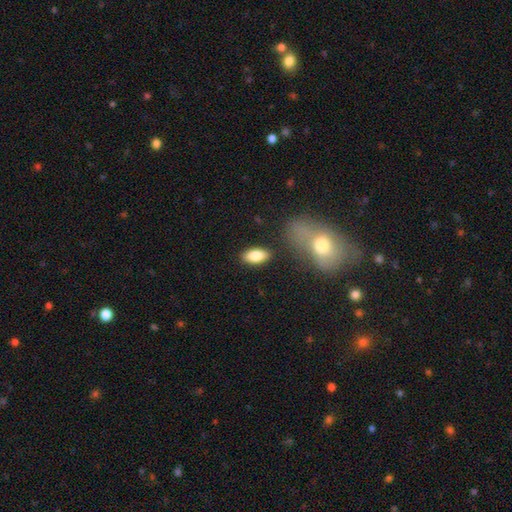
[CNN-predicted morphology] Smooth or featured?
  - smooth: 83% *
  - featured or disk: 10%
  - star or artifact: 7%
How rounded?
  - in between: 91% *
  - cigar-shaped: 6%
  - round: 4%
Merging?
  - none: 84% *
  - minor disturbance: 9%
  - merger: 4%
  - major disturbance: 3%